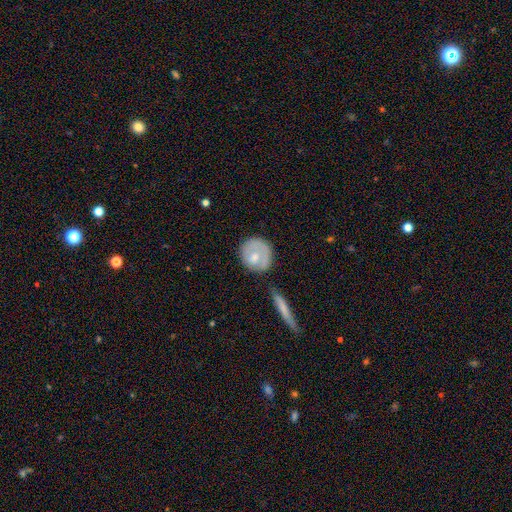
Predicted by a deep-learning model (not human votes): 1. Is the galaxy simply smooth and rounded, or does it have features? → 59% smooth, 36% featured or disk, 5% star or artifact.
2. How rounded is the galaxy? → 86% round, 13% in between, 1% cigar-shaped.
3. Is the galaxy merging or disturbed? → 60% none, 22% minor disturbance, 11% major disturbance, 7% merger.